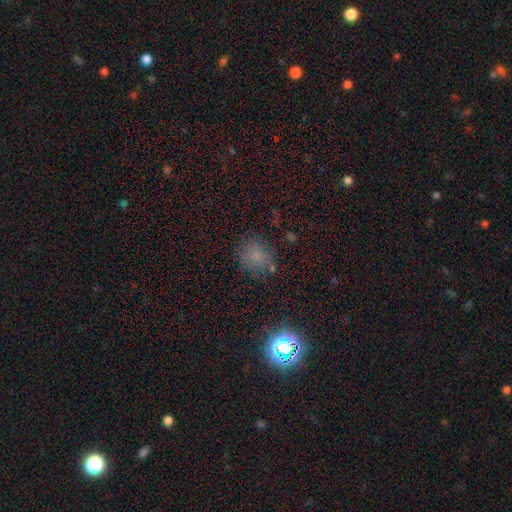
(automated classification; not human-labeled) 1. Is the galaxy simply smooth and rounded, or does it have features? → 72% smooth, 21% star or artifact, 8% featured or disk.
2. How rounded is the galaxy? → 81% round, 18% in between, 1% cigar-shaped.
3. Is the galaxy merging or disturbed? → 75% none, 15% minor disturbance, 5% major disturbance, 5% merger.